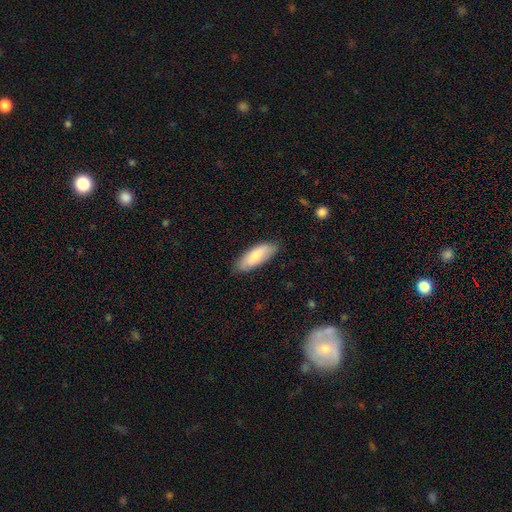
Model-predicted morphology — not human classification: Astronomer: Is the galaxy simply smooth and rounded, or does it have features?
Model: smooth — 77%.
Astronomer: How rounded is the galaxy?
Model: in between — 70%.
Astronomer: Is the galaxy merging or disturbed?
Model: none — 83%.